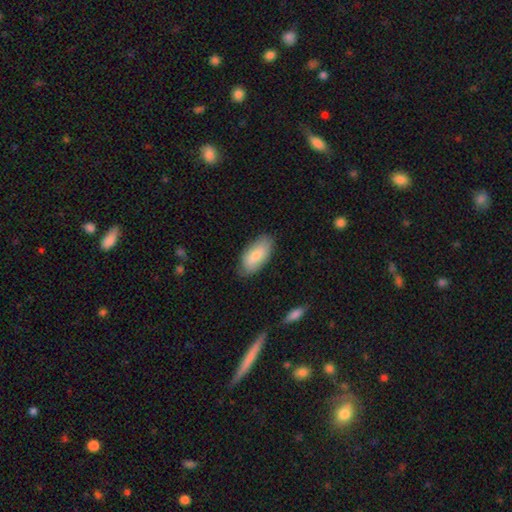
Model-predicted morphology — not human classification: type=smooth (79%); roundness=in between (92%); merging=none (79%).